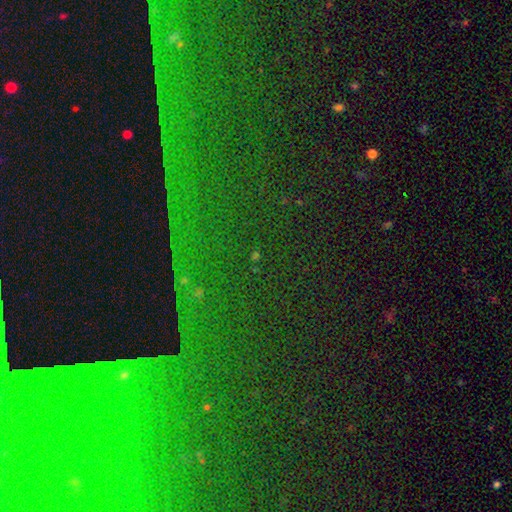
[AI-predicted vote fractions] Smooth or featured: star or artifact — 70% (smooth — 20%)